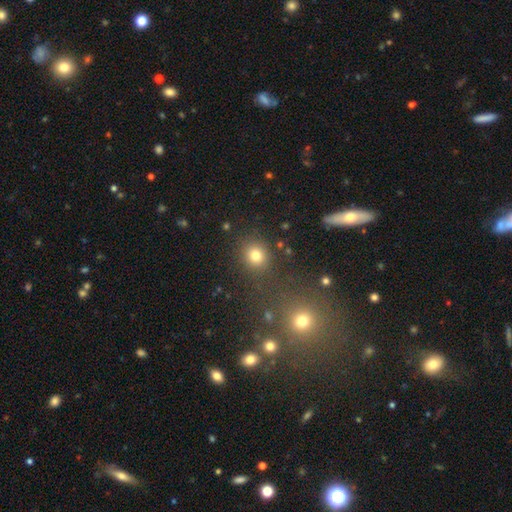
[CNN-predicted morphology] smooth-or-featured: smooth: 77% | star or artifact: 16% | featured or disk: 7%
  how-rounded: round: 82% | in between: 17% | cigar-shaped: 1%
  merging: none: 81% | minor disturbance: 8% | merger: 6% | major disturbance: 4%